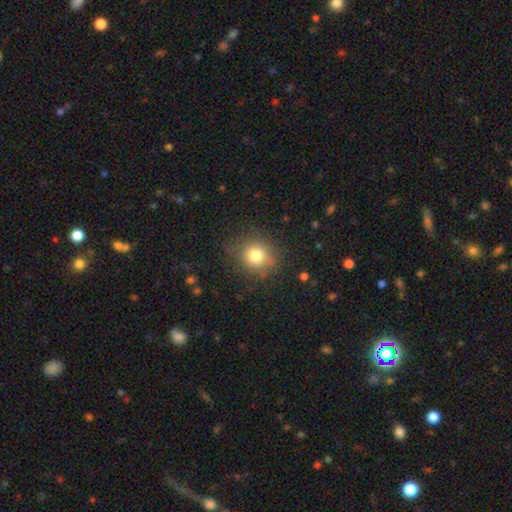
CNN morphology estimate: A smooth galaxy with no disk features (78%) that is round (85%).

Vote fractions:
- Smooth or featured? smooth: 78% / star or artifact: 13% / featured or disk: 9%
- How rounded? round: 85% / in between: 14% / cigar-shaped: 1%
- Merging? none: 78% / minor disturbance: 15% / major disturbance: 5% / merger: 1%